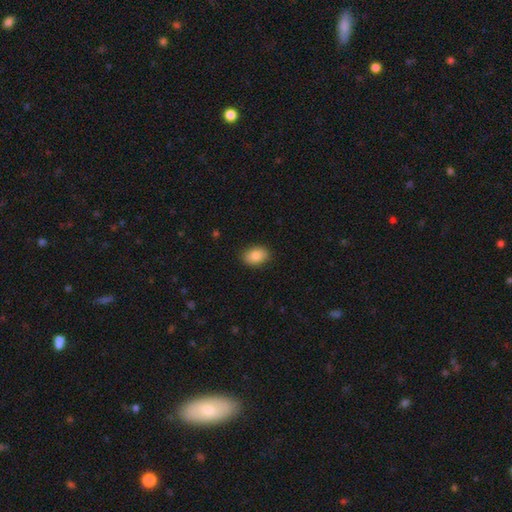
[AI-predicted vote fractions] Overall: smooth (84%). How rounded: in between (81%). Merging: none (88%).